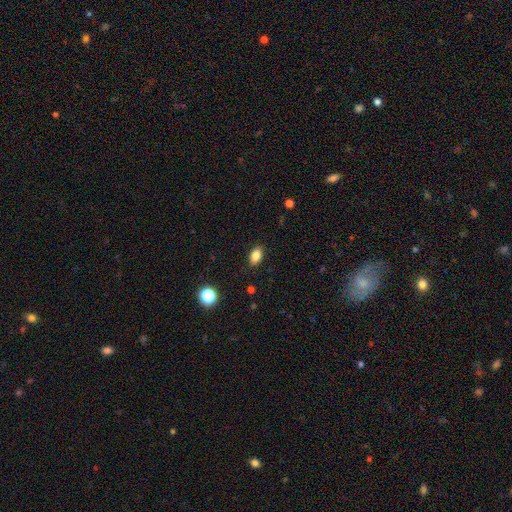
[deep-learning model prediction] Smooth or featured: smooth — 85% (star or artifact — 10%)
How rounded: in between — 88% (round — 10%)
Merging: none — 87% (minor disturbance — 9%)